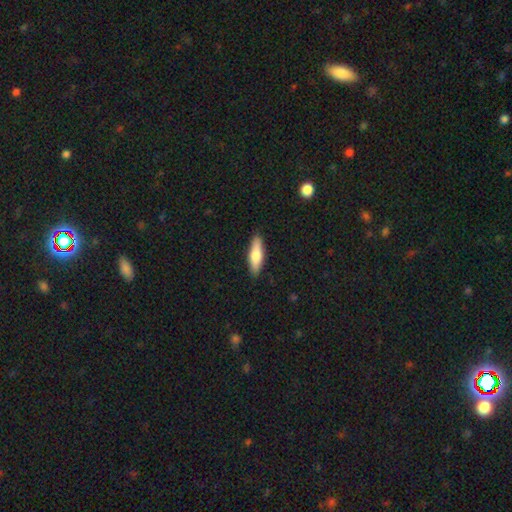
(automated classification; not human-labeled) A smooth galaxy with no disk features (70%) that is cigar-shaped (60%). Merging: none (89%).